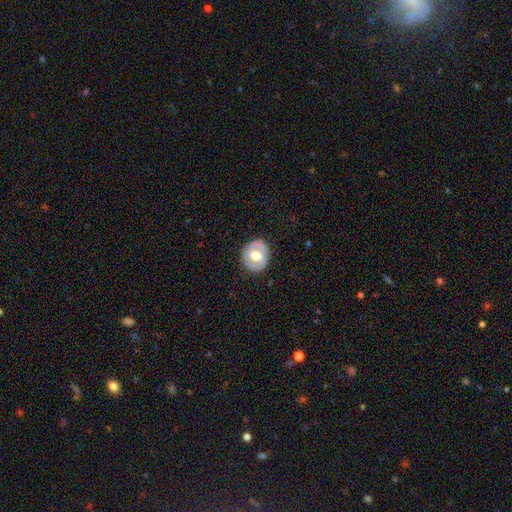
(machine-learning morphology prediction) Overall: featured or disk (57%; smooth 37%). Edge-on disk: no (95%). Bar: no (49%; weak 36%). Spiral arms: no (61%; yes 39%). Bulge size: moderate (62%; large 30%). Merging: none (81%).